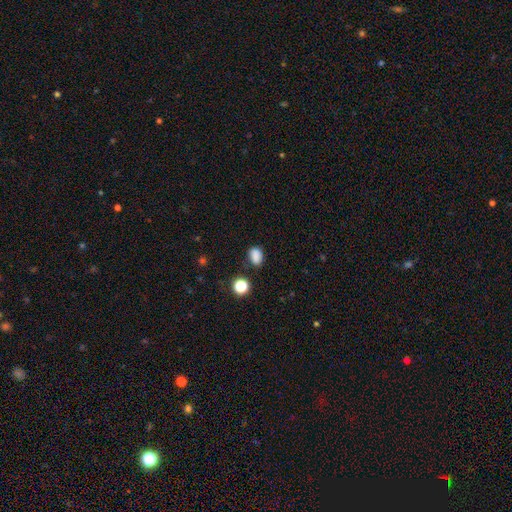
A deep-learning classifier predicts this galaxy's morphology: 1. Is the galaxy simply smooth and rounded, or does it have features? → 82% smooth, 14% star or artifact, 4% featured or disk.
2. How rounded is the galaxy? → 69% in between, 30% round, 1% cigar-shaped.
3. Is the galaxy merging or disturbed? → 72% none, 18% minor disturbance, 5% merger, 5% major disturbance.